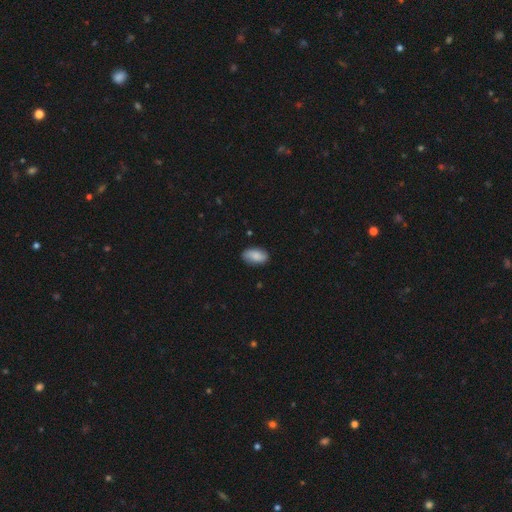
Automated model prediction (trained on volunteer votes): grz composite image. It shows a smooth galaxy with no disk features (81%) that is in between round and cigar-shaped (93%). Merging: none (84%).